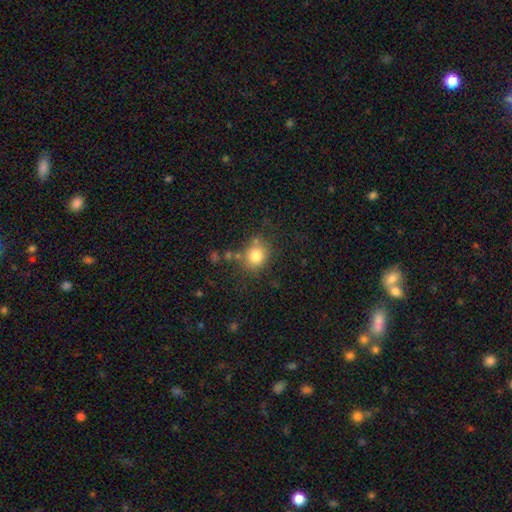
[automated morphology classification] Q: Smooth or featured?
A: smooth (79%); runner-up: star or artifact (12%)
Q: How rounded?
A: round (77%); runner-up: in between (22%)
Q: Merging?
A: none (70%); runner-up: minor disturbance (15%)